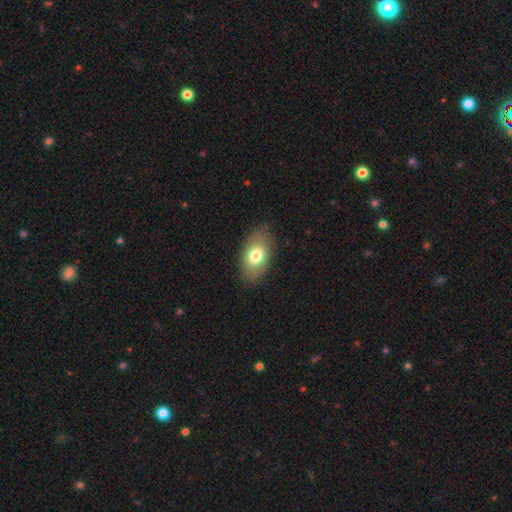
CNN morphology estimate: Smooth or featured? Predicted: smooth (p=0.74). How rounded? Predicted: in between (p=0.91). Merging? Predicted: none (p=0.83).